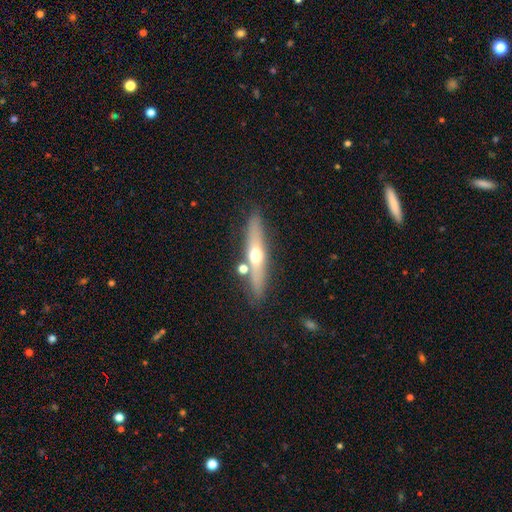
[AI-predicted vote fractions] featured or disk 54%, smooth 39%, star or artifact 7%. Down the decision tree: edge-on disk — yes (89%); merging — none (79%).